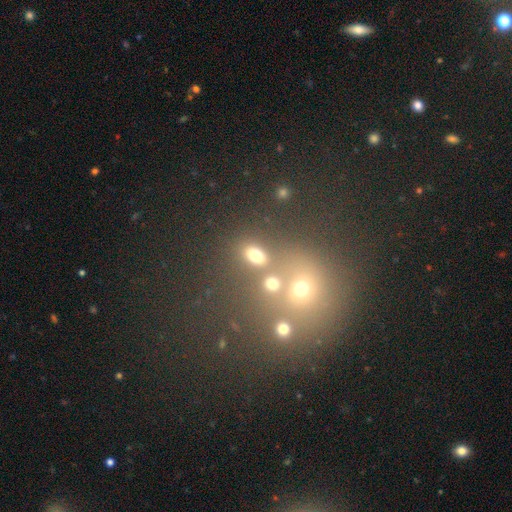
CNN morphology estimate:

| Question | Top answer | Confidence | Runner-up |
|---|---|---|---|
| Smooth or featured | smooth | 72% | star or artifact (19%) |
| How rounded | in between | 62% | round (35%) |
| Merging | none | 62% | merger (22%) |